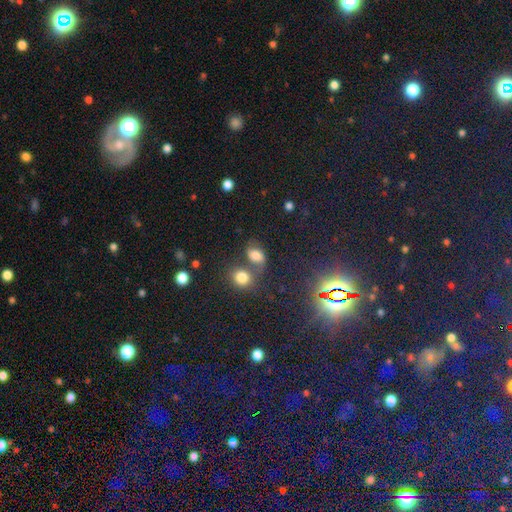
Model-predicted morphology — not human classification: Smooth or featured? smooth (66%)
How rounded? in between (65%)
Merging? merger (41%)